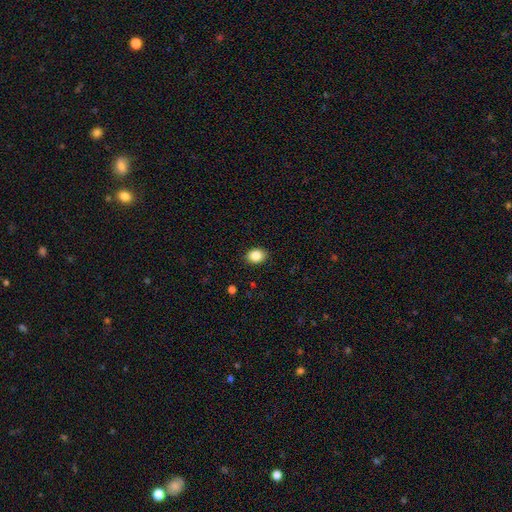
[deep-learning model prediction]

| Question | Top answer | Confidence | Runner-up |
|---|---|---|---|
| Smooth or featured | smooth | 87% | star or artifact (9%) |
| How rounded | in between | 62% | round (37%) |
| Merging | none | 89% | minor disturbance (8%) |